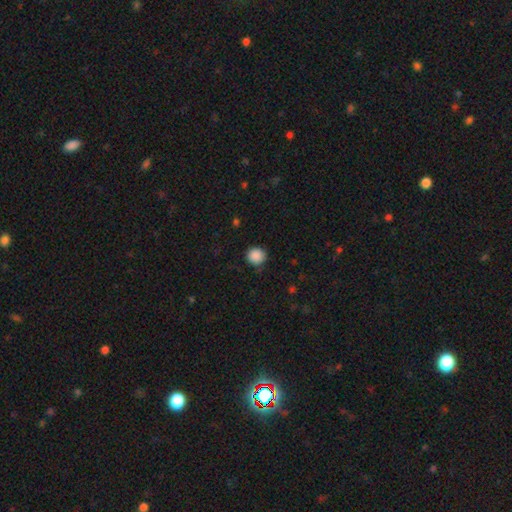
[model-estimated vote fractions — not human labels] Smooth or featured? Predicted: smooth (p=0.88). How rounded? Predicted: round (p=0.92). Merging? Predicted: none (p=0.86).